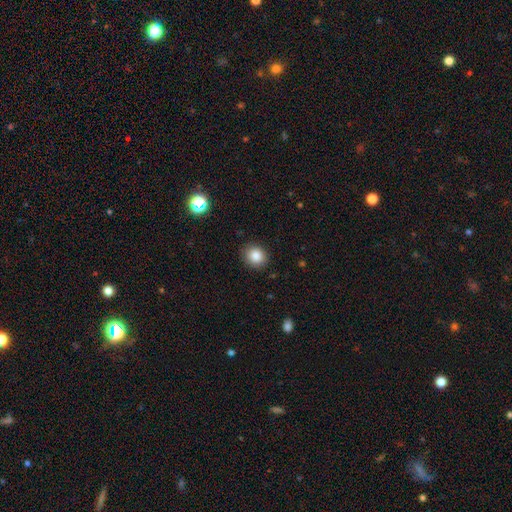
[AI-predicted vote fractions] This appears to be a smooth galaxy with no disk features (85%) that is round (73%). Merging: none (89%).